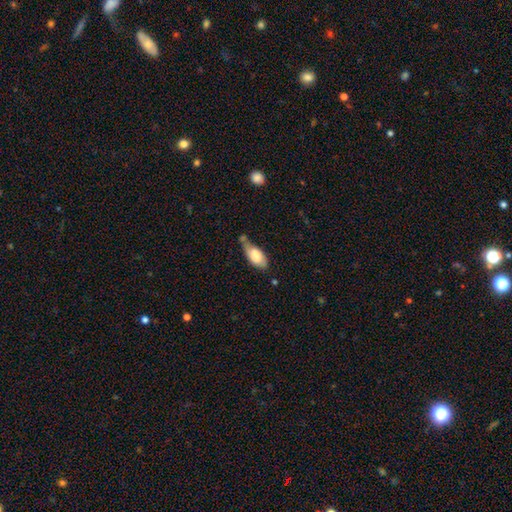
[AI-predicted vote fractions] smooth 77%, featured or disk 17%, star or artifact 6%. Down the decision tree: how rounded — in between (87%); merging — minor disturbance (37%).